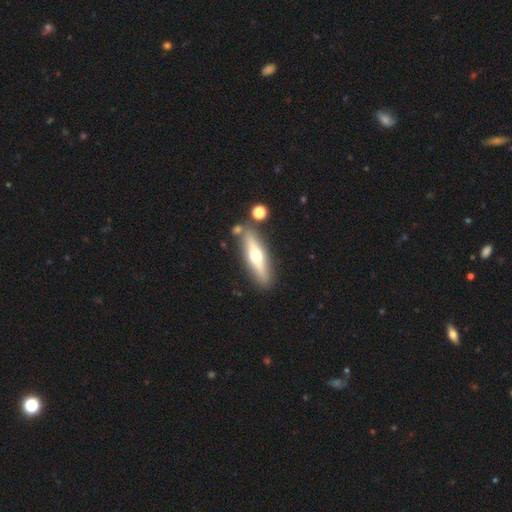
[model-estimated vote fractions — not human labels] The model was most divided on "smooth or featured": featured or disk: 54%, smooth: 40%, star or artifact: 6%. More confident: edge-on disk — yes (90%); merging — none (81%).